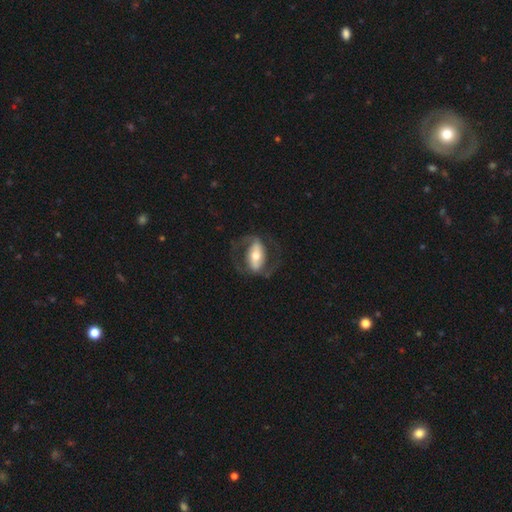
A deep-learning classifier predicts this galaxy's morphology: Q: Smooth or featured?
A: featured or disk (70%); runner-up: smooth (25%)
Q: Edge-on disk?
A: no (92%); runner-up: yes (8%)
Q: Bar?
A: strong (55%); runner-up: weak (23%)
Q: Spiral arms?
A: yes (72%); runner-up: no (28%)
Q: Bulge size?
A: moderate (60%); runner-up: small (21%)
Q: Merging?
A: none (65%); runner-up: major disturbance (18%)